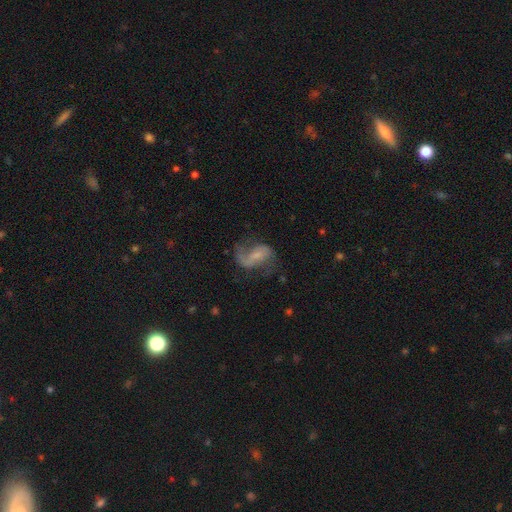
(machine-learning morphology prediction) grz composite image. It shows a featured or disk galaxy (75%) with a weak bar (45%), 2 (72%) loose (54%) spiral arms (90%) and a small central bulge (55%). Merging: none (52%).